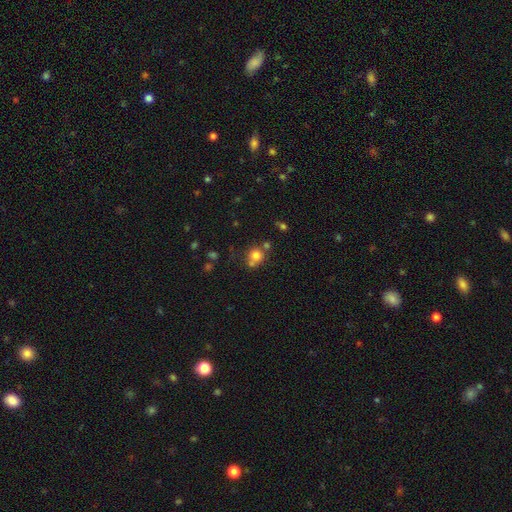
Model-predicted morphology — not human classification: Q: Smooth or featured?
A: smooth (76%); runner-up: star or artifact (13%)
Q: How rounded?
A: round (86%); runner-up: in between (14%)
Q: Merging?
A: none (57%); runner-up: merger (27%)